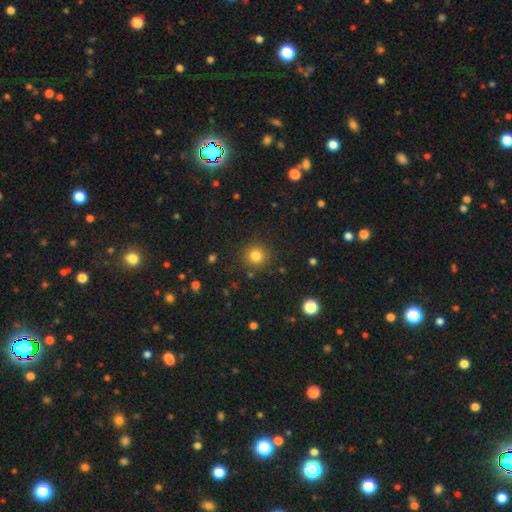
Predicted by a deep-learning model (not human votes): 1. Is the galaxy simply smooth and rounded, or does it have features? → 81% smooth, 13% star or artifact, 6% featured or disk.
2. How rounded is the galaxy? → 94% round, 5% in between, 1% cigar-shaped.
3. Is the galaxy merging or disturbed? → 89% none, 7% minor disturbance, 3% major disturbance, 2% merger.